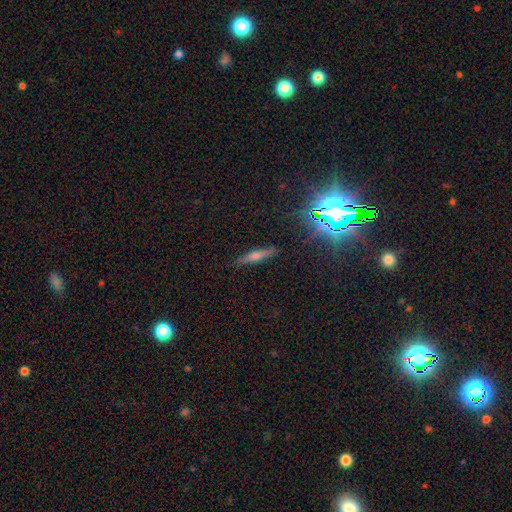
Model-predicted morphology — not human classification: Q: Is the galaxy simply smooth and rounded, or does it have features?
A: smooth — 44%.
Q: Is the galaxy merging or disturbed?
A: none — 85%.